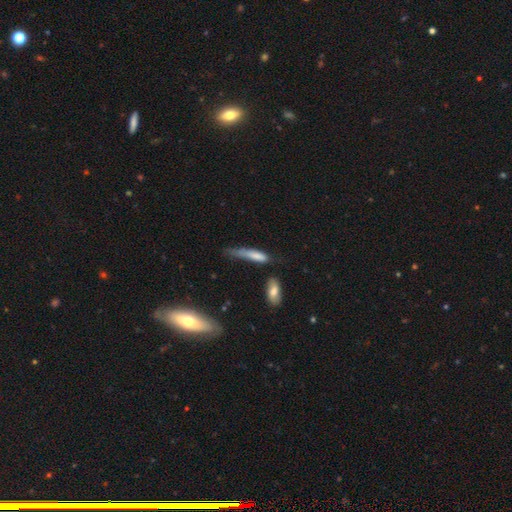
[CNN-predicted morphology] smooth 73%, featured or disk 19%, star or artifact 8%. Down the decision tree: how rounded — cigar-shaped (76%); merging — minor disturbance (36%).